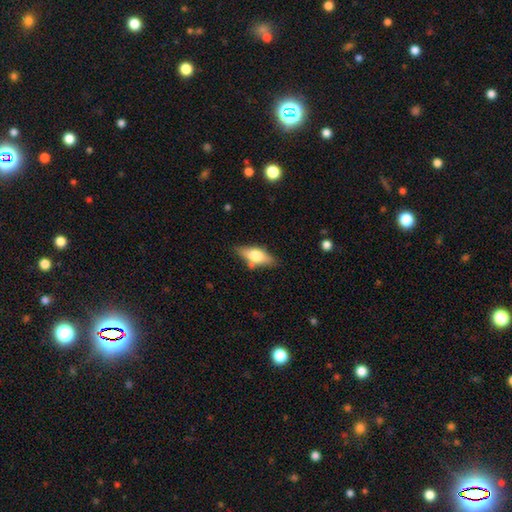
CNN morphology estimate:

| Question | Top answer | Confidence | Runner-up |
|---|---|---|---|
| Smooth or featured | smooth | 60% | featured or disk (34%) |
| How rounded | in between | 72% | cigar-shaped (25%) |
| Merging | none | 75% | minor disturbance (15%) |